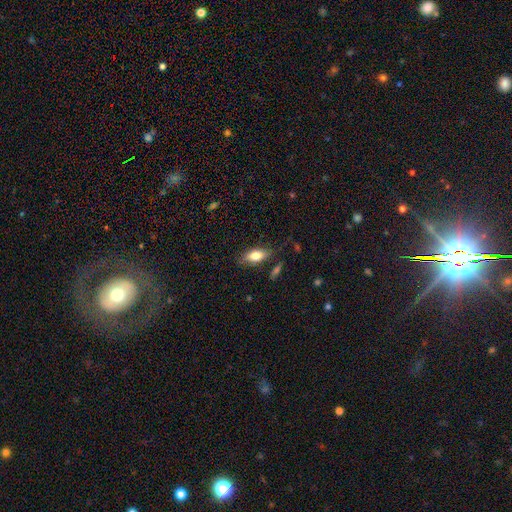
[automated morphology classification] A smooth galaxy with no disk features (79%) that is in between round and cigar-shaped (85%). Merging: none (77%).